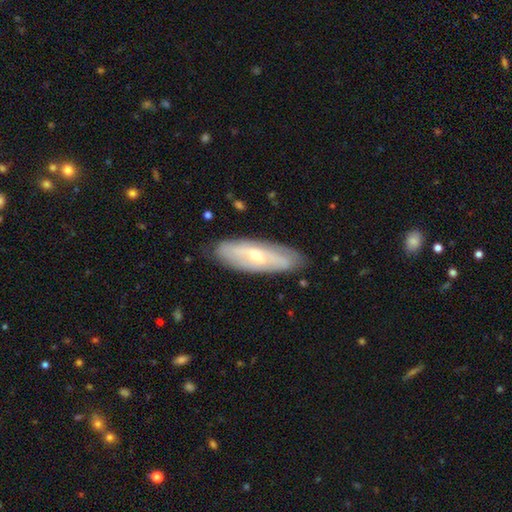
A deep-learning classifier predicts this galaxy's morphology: type=featured or disk (60%); edge-on=no (73%); merging=none (81%).